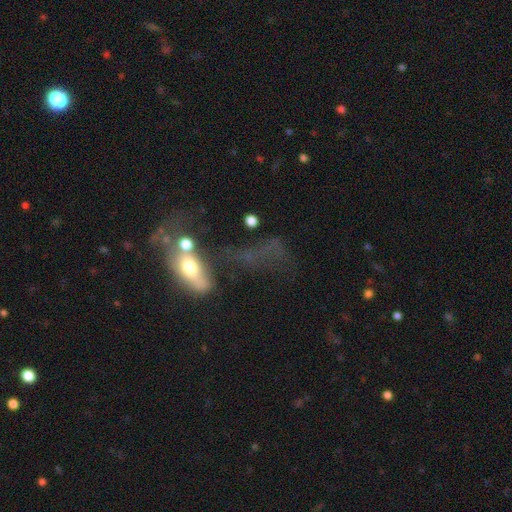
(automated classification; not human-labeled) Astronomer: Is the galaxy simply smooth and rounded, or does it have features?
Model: smooth — 40%, tied with featured or disk at 40%.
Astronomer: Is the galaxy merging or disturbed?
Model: merger — 39% (runner-up: major disturbance, 35%).